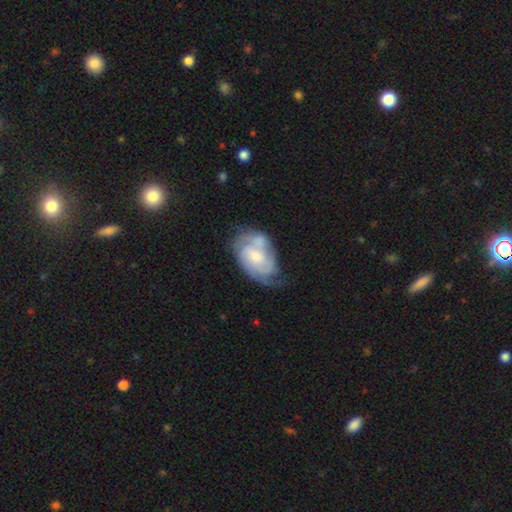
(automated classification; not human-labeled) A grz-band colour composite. It shows a featured or disk galaxy (76%) with no bar (55%), 2 (42%) tight (50%) spiral arms (91%) and a small central bulge (45%). Merging: none (50%).